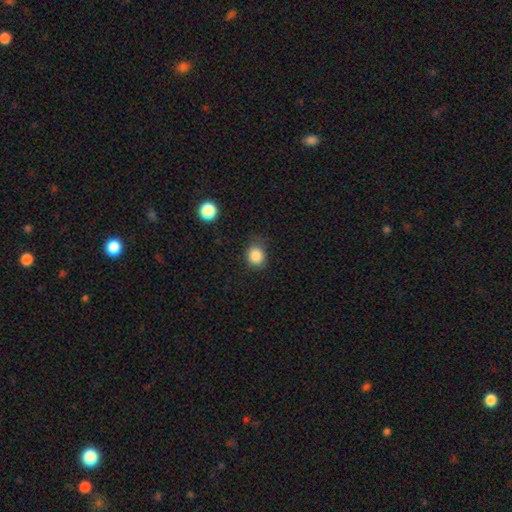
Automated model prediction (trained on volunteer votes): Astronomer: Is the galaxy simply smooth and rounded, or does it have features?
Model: smooth — 85%.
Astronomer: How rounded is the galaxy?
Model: round — 71%.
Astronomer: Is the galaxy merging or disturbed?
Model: none — 73%.